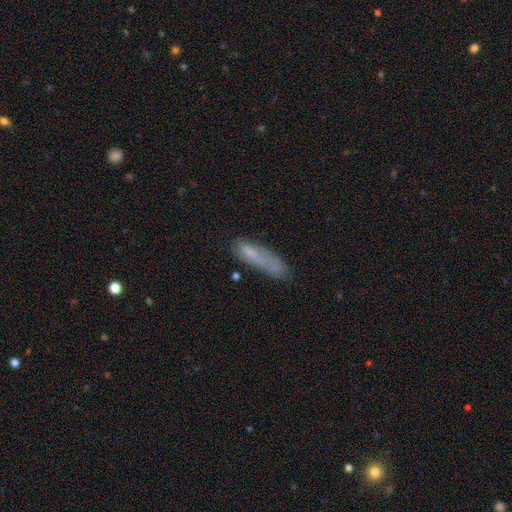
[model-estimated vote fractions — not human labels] smooth 70%, featured or disk 20%, star or artifact 10%. Down the decision tree: how rounded — cigar-shaped (70%); merging — none (55%).